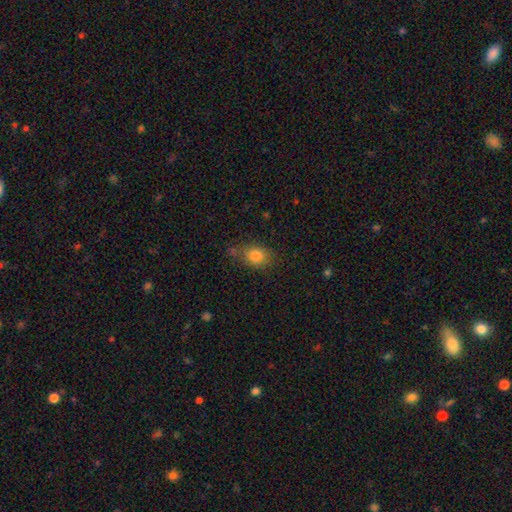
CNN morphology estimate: Smooth or featured? smooth (83%)
How rounded? in between (62%)
Merging? none (69%)